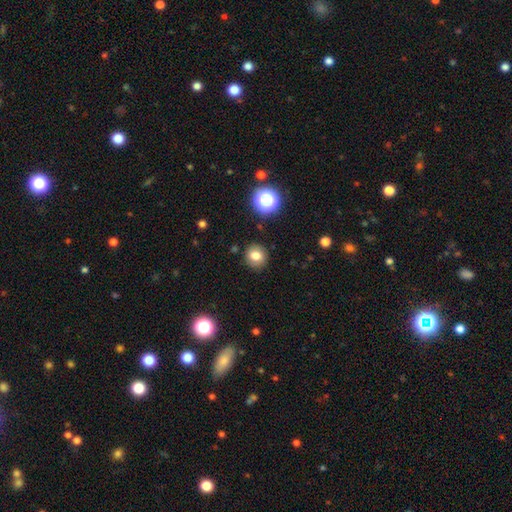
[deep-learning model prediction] A smooth galaxy with no disk features (78%) that is round (81%). Merging: none (87%).